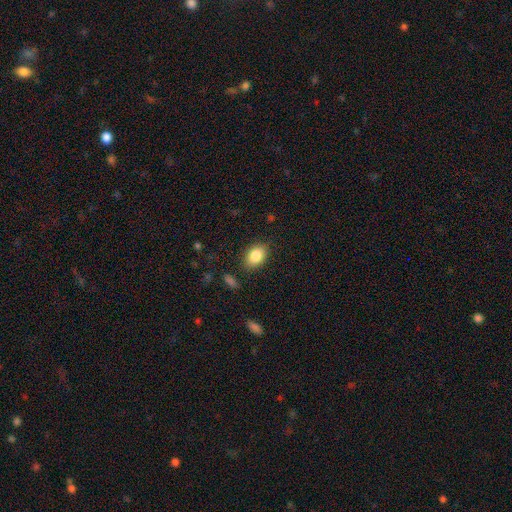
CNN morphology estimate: smooth-or-featured: smooth: 85% | star or artifact: 8% | featured or disk: 7%
  how-rounded: in between: 81% | round: 18% | cigar-shaped: 1%
  merging: none: 84% | minor disturbance: 12% | major disturbance: 3% | merger: 2%